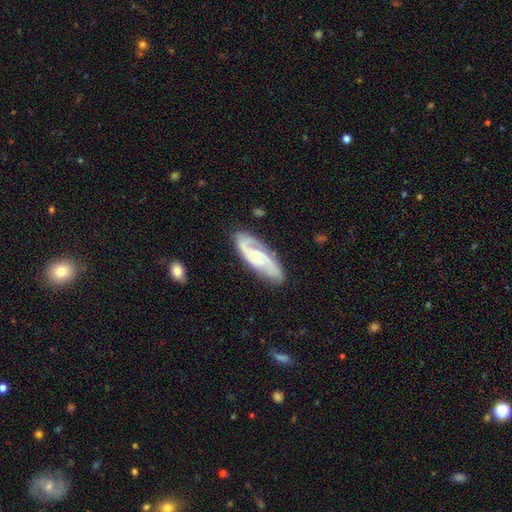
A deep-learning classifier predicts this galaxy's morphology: Smooth or featured?
  - featured or disk: 78% *
  - smooth: 16%
  - star or artifact: 6%
Edge-on disk?
  - no: 92% *
  - yes: 8%
Bar?
  - no: 51% *
  - weak: 37%
  - strong: 12%
Spiral arms?
  - yes: 96% *
  - no: 4%
Spiral winding?
  - medium: 45% *
  - tight: 41%
  - loose: 14%
Spiral arm count?
  - 2: 72% *
  - can't tell: 11%
  - 3: 9%
  - 1: 3%
  - 4: 2%
  - more than 4: 2%
Bulge size?
  - small: 43% *
  - none: 33%
  - moderate: 19%
  - large: 4%
  - dominant: 1%
Merging?
  - none: 78% *
  - minor disturbance: 16%
  - major disturbance: 5%
  - merger: 2%